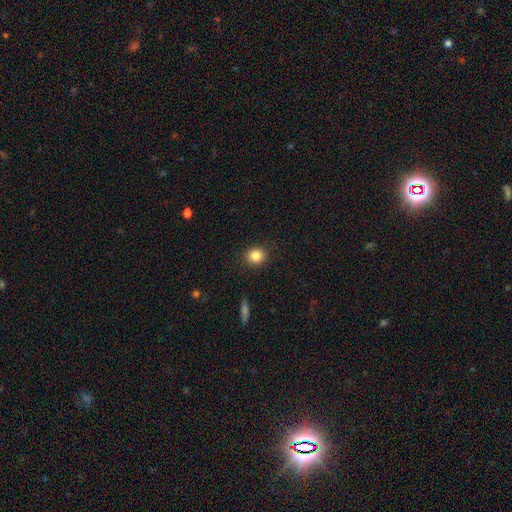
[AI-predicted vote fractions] This appears to be a smooth galaxy with no disk features (84%) that is round (81%). Merging: none (90%).